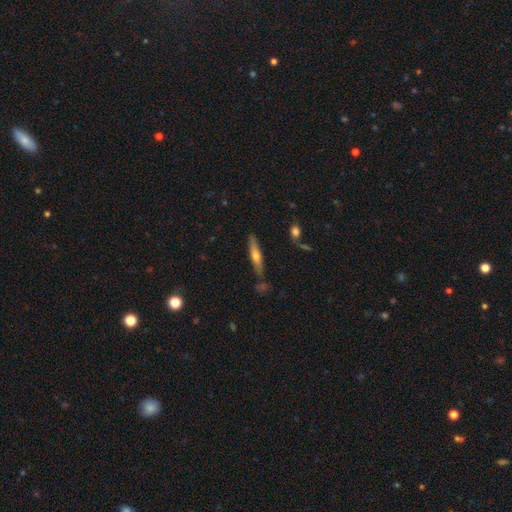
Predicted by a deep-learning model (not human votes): This is possibly a featured or disk galaxy (52%). It is clearly viewed edge-on (92%). Merging: clearly none (81%).